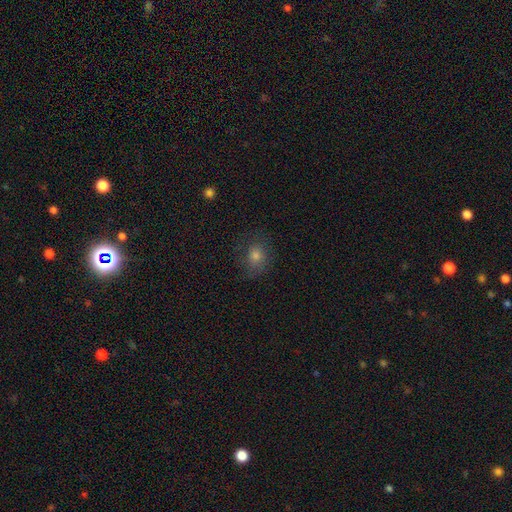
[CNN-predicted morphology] The model was most divided on "how rounded": round: 64%, in between: 35%, cigar-shaped: 1%. More confident: merging — none (73%); smooth or featured — smooth (65%).